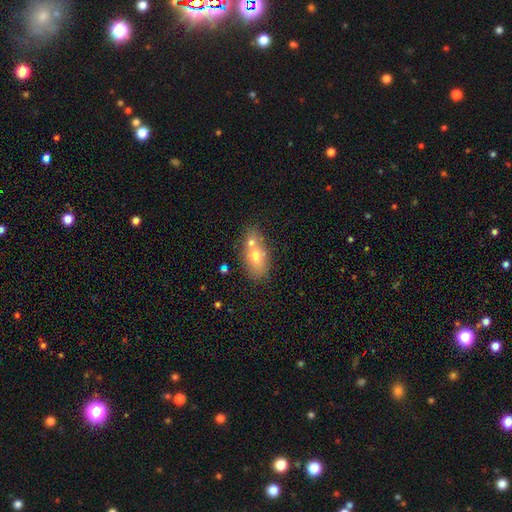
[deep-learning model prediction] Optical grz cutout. It shows a smooth galaxy with no disk features (66%) that is in between round and cigar-shaped (82%). Merging: none (47%).